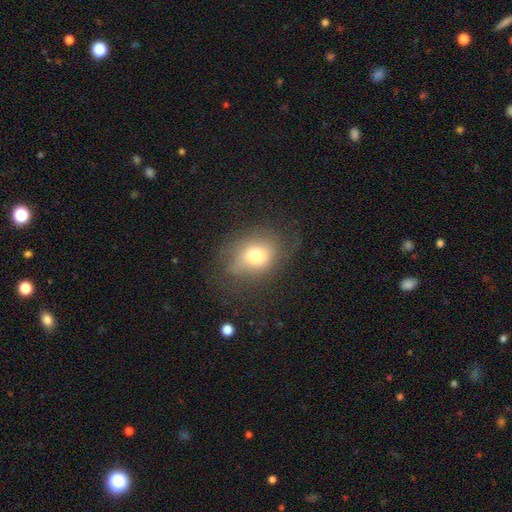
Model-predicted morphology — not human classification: Smooth or featured?
  - smooth: 69% *
  - featured or disk: 19%
  - star or artifact: 12%
How rounded?
  - in between: 61% *
  - round: 38%
  - cigar-shaped: 1%
Merging?
  - none: 59% *
  - minor disturbance: 23%
  - major disturbance: 16%
  - merger: 2%